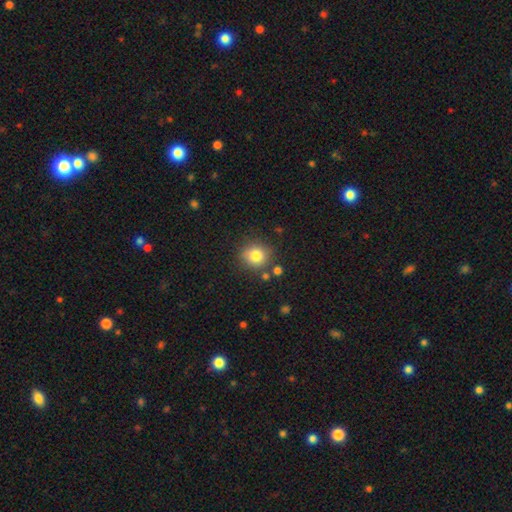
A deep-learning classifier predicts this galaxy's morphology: Q: Smooth or featured?
A: smooth (81%); runner-up: star or artifact (12%)
Q: How rounded?
A: round (87%); runner-up: in between (12%)
Q: Merging?
A: none (82%); runner-up: minor disturbance (10%)